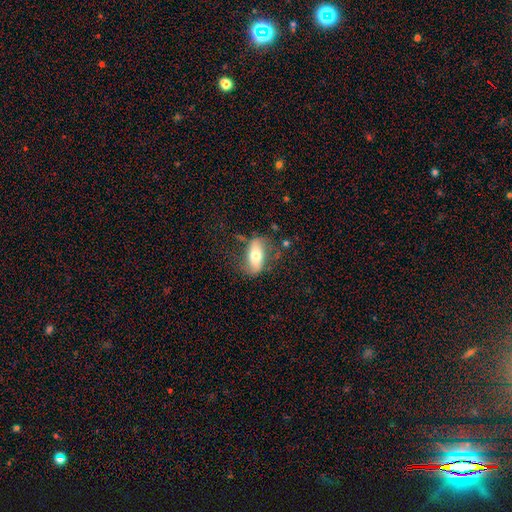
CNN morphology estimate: Overall: smooth (55%; featured or disk 38%). How rounded: in between (82%). Merging: none (63%).